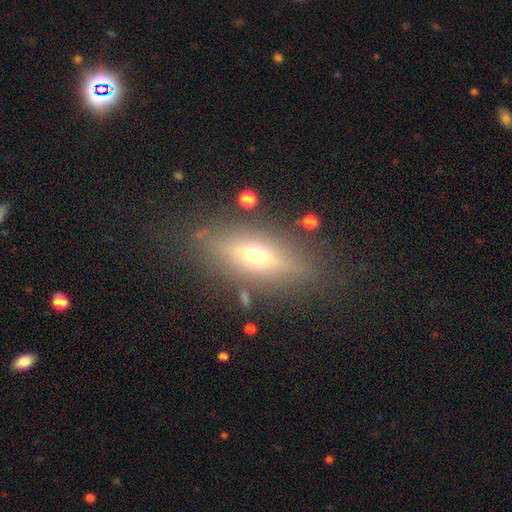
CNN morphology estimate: smooth-or-featured: featured or disk: 50% | smooth: 39% | star or artifact: 11%
  disk-edge-on: yes: 81% | no: 19%
  merging: none: 81% | minor disturbance: 12% | major disturbance: 5% | merger: 3%